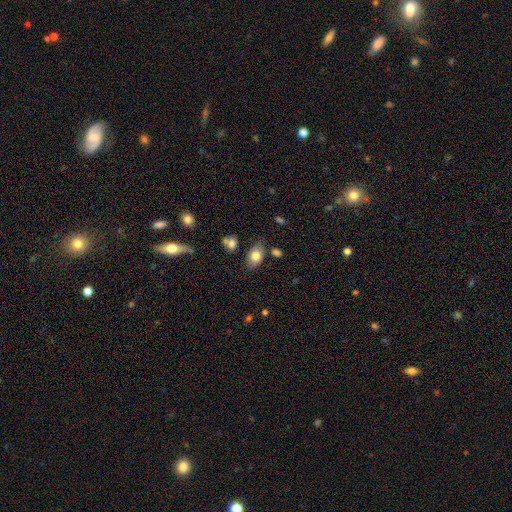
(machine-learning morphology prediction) A smooth galaxy with no disk features (78%) that is in between round and cigar-shaped (83%). Merging: none (74%).